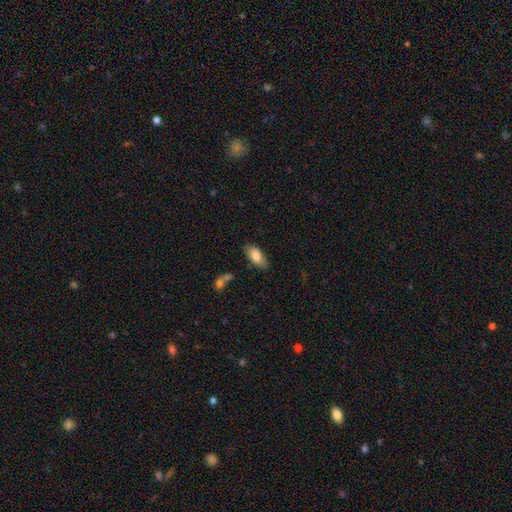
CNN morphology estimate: Smooth or featured?
  - smooth: 82% *
  - featured or disk: 12%
  - star or artifact: 7%
How rounded?
  - in between: 88% *
  - cigar-shaped: 10%
  - round: 3%
Merging?
  - none: 76% *
  - minor disturbance: 17%
  - major disturbance: 4%
  - merger: 3%